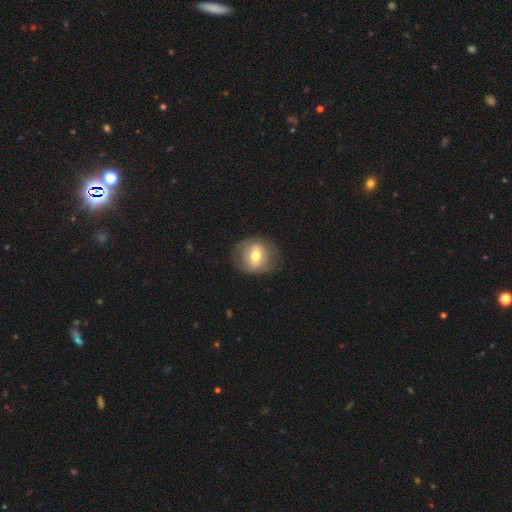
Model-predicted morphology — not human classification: A featured or disk galaxy (50%).

Vote fractions:
- Smooth or featured? featured or disk: 50% / smooth: 43% / star or artifact: 7%
- Edge-on disk? no: 94% / yes: 6%
- Merging? none: 76% / minor disturbance: 16% / major disturbance: 7% / merger: 1%